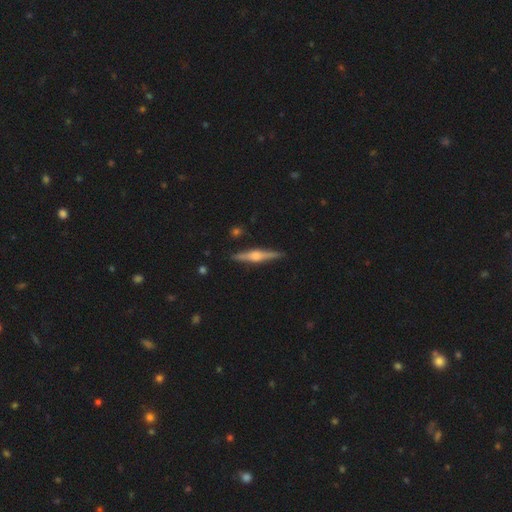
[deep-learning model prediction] This is likely a featured or disk galaxy (78%). It is clearly viewed edge-on (98%). Edge-on bulge: clearly rounded (88%). Merging: clearly none (90%).